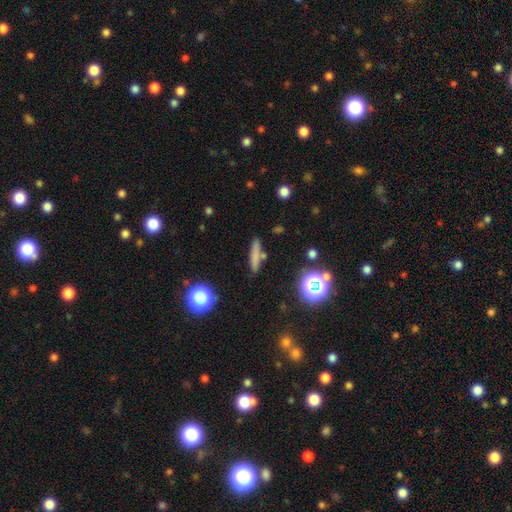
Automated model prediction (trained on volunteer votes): A smooth galaxy with no disk features (72%) that is cigar-shaped (84%). Merging: none (79%).